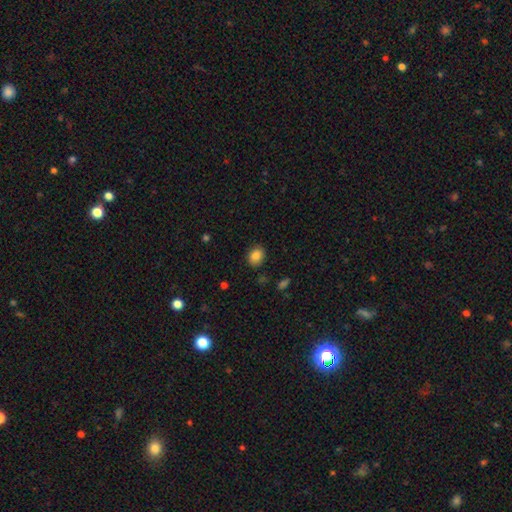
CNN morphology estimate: Q: Smooth or featured?
A: smooth (85%); runner-up: star or artifact (9%)
Q: How rounded?
A: round (50%); runner-up: in between (49%)
Q: Merging?
A: none (86%); runner-up: minor disturbance (10%)